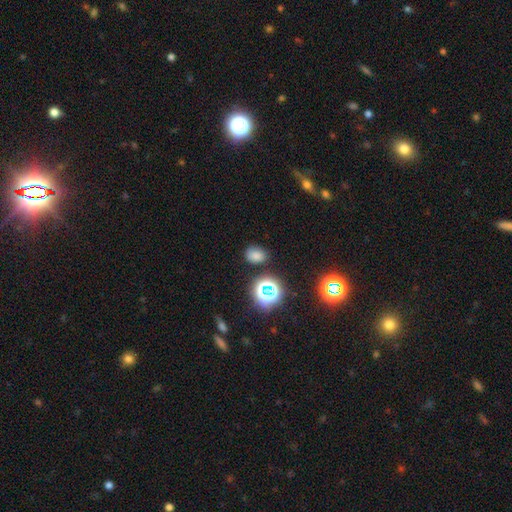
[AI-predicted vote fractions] Overall: smooth (73%). How rounded: in between (67%; round 32%). Merging: none (81%).